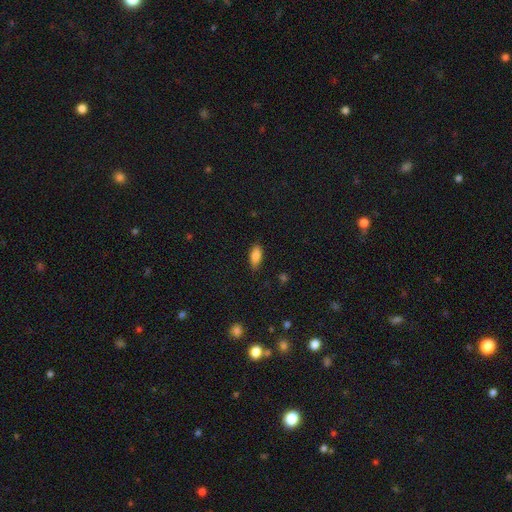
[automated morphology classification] Smooth or featured?
  - smooth: 85% *
  - star or artifact: 8%
  - featured or disk: 7%
How rounded?
  - in between: 85% *
  - cigar-shaped: 12%
  - round: 2%
Merging?
  - none: 83% *
  - minor disturbance: 13%
  - major disturbance: 3%
  - merger: 1%